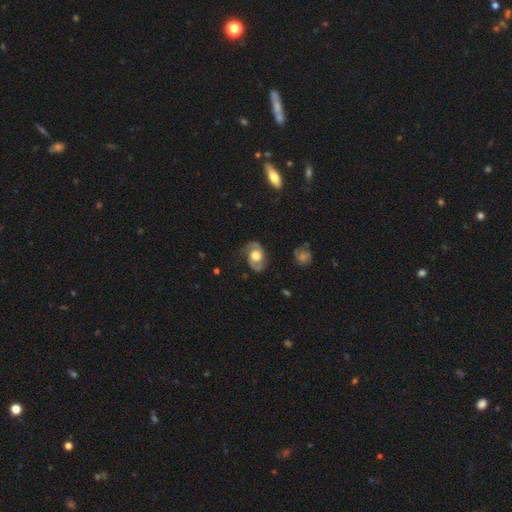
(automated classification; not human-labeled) Smooth or featured? Predicted: featured or disk (p=0.66). Edge-on disk? Predicted: no (p=0.96). Bar? Predicted: no (p=0.74). Spiral arms? Predicted: yes (p=0.82). Spiral winding? Predicted: medium (p=0.48). Spiral arm count? Predicted: 2 (p=0.87). Bulge size? Predicted: moderate (p=0.47). Merging? Predicted: none (p=0.73).